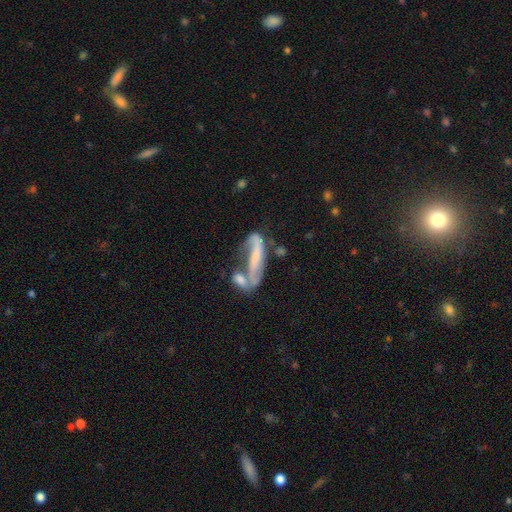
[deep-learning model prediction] A featured or disk galaxy (60%). Merging: merger (44%).